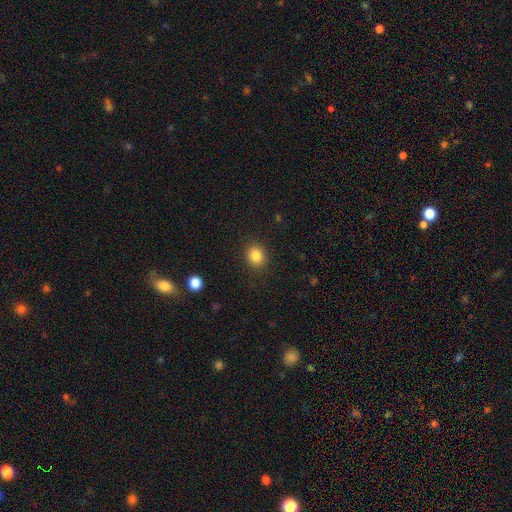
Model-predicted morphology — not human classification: smooth 85%, star or artifact 11%, featured or disk 5%. Down the decision tree: how rounded — round (78%); merging — none (89%).